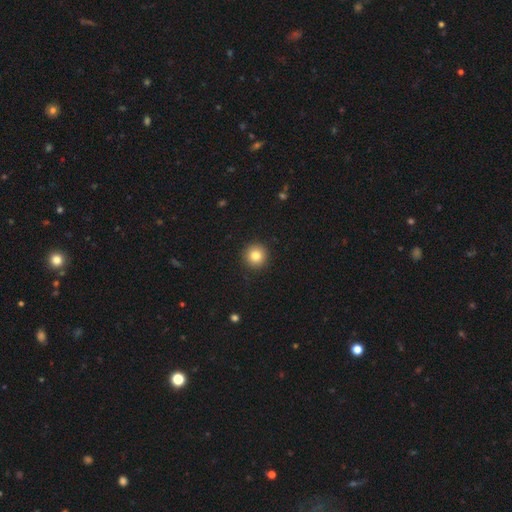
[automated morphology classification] Smooth or featured: smooth — 82% (star or artifact — 10%)
How rounded: round — 95% (in between — 4%)
Merging: none — 93% (minor disturbance — 5%)